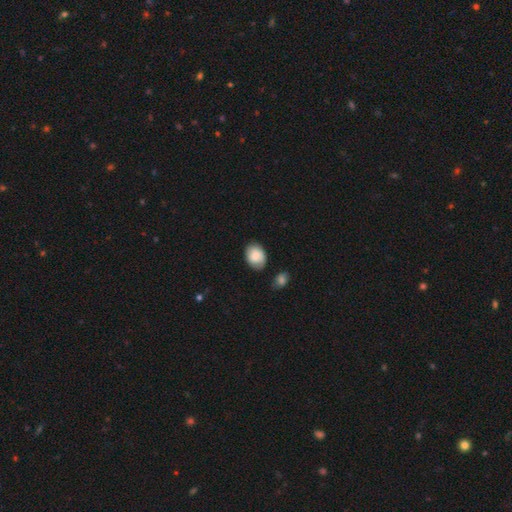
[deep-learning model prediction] This appears to be a smooth galaxy with no disk features (80%) that is in between round and cigar-shaped (68%). Merging: none (74%).